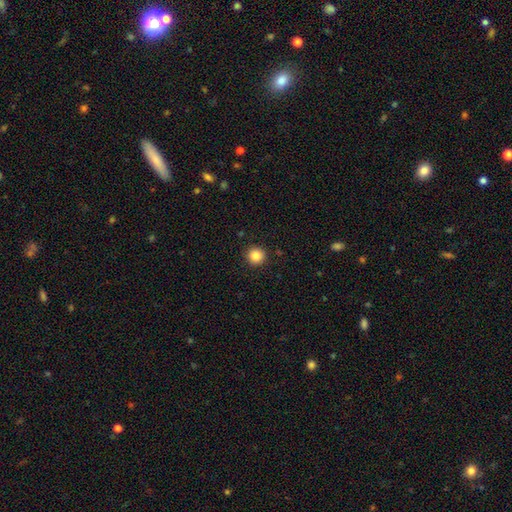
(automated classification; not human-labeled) smooth 85%, star or artifact 11%, featured or disk 4%. Down the decision tree: how rounded — round (95%); merging — none (92%).